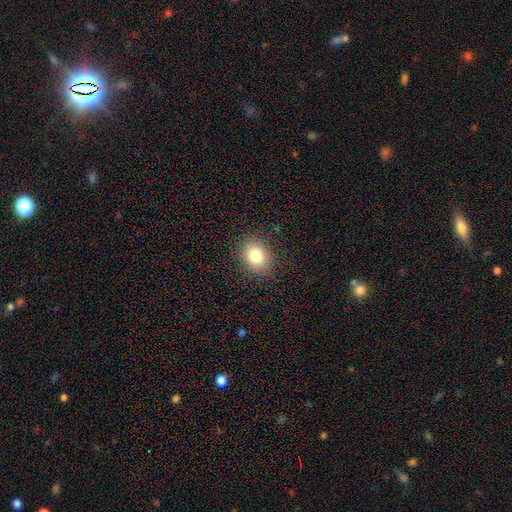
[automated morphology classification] smooth 81%, star or artifact 11%, featured or disk 8%. Down the decision tree: how rounded — round (52%); merging — none (88%).